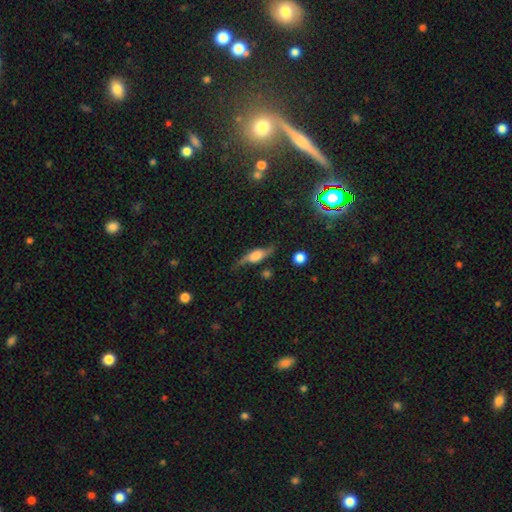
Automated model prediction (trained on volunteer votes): Smooth or featured? Predicted: featured or disk (p=0.63). Edge-on disk? Predicted: yes (p=0.67). Merging? Predicted: none (p=0.68).